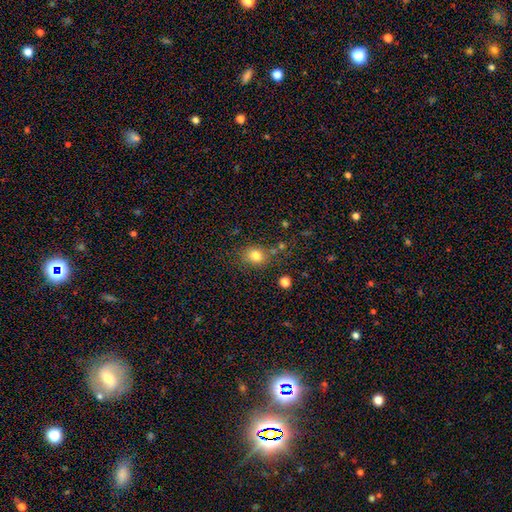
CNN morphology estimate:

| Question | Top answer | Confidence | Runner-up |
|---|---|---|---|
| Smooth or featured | smooth | 80% | star or artifact (13%) |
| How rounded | round | 66% | in between (33%) |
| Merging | none | 74% | minor disturbance (14%) |